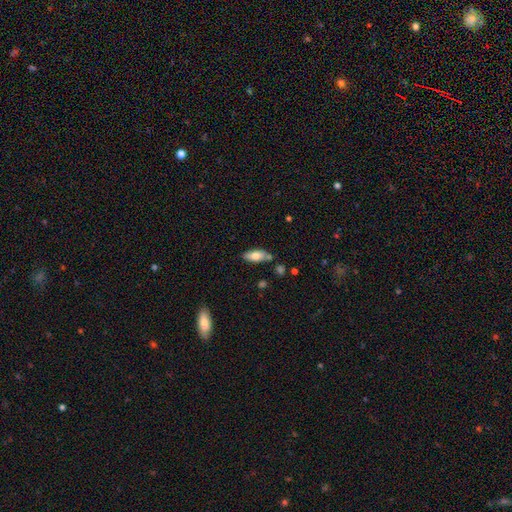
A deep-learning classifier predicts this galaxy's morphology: smooth 73%, featured or disk 20%, star or artifact 7%. Down the decision tree: how rounded — in between (82%); merging — none (74%).